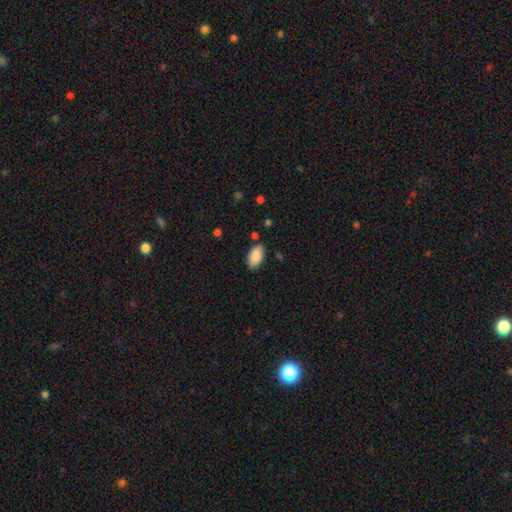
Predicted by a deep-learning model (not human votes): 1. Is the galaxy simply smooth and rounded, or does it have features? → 88% smooth, 7% star or artifact, 5% featured or disk.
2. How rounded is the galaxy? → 95% in between, 3% round, 2% cigar-shaped.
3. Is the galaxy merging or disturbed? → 84% none, 11% minor disturbance, 3% major disturbance, 2% merger.